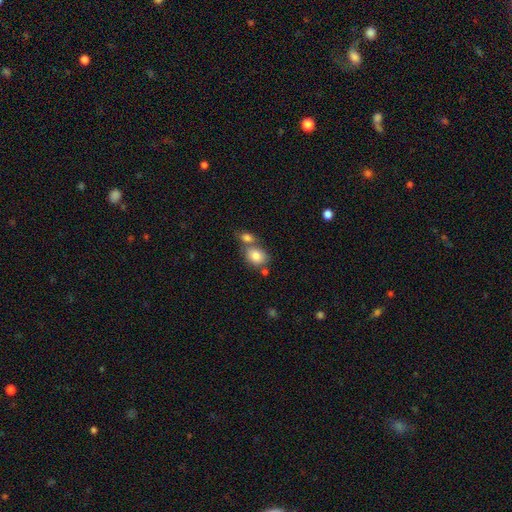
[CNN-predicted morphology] Smooth or featured? smooth (82%)
How rounded? in between (52%)
Merging? none (45%)